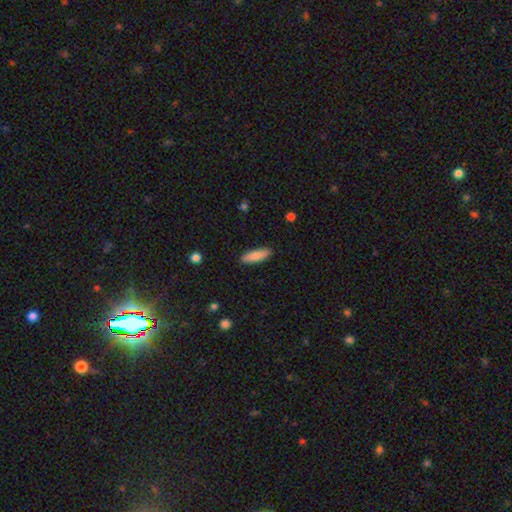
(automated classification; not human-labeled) smooth_or_featured: smooth (p=0.82) [alt: featured or disk p=0.13]
how_rounded: in between (p=0.53) [alt: cigar-shaped p=0.45]
merging: none (p=0.88) [alt: minor disturbance p=0.09]